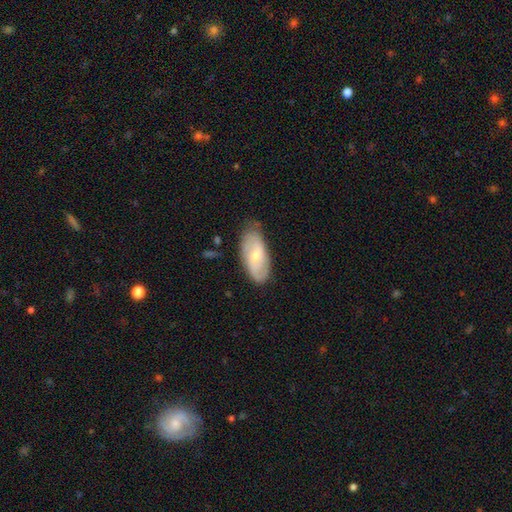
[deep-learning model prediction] smooth-or-featured: featured or disk: 59% | smooth: 35% | star or artifact: 6%
  disk-edge-on: no: 90% | yes: 10%
    bar: no: 53% | weak: 38% | strong: 9%
    has-spiral-arms: yes: 78% | no: 22%
    bulge-size: small: 50% | moderate: 47% | large: 2% | none: 1% | dominant: 1%
  merging: none: 72% | minor disturbance: 22% | major disturbance: 5% | merger: 1%